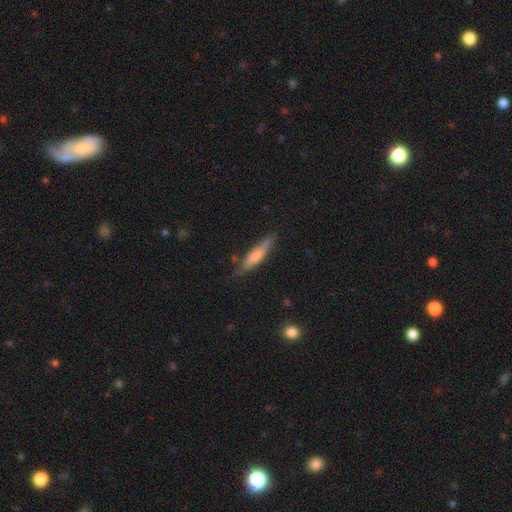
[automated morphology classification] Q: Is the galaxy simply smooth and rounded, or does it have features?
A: smooth — 60%.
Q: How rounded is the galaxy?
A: cigar-shaped — 83%.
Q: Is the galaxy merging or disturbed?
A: none — 74%.